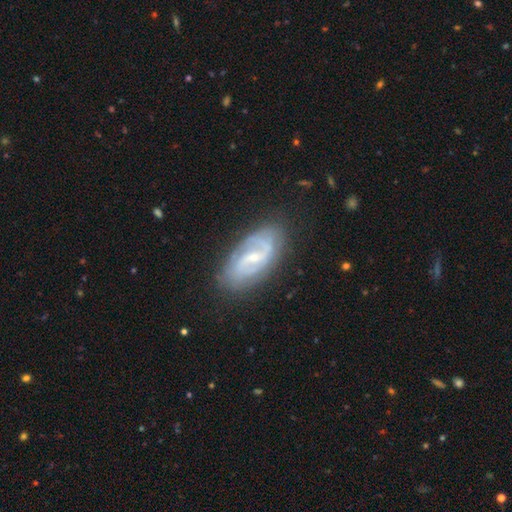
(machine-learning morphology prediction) smooth_or_featured: featured or disk (p=0.79) [alt: smooth p=0.14]
disk_edge_on: no (p=0.93) [alt: yes p=0.07]
bar: weak (p=0.51) [alt: strong p=0.28]
has_spiral_arms: yes (p=0.90) [alt: no p=0.10]
spiral_winding: medium (p=0.43) [alt: tight p=0.35]
spiral_arm_count: 2 (p=0.77) [alt: can't tell p=0.13]
bulge_size: small (p=0.60) [alt: moderate p=0.30]
merging: none (p=0.80) [alt: minor disturbance p=0.14]